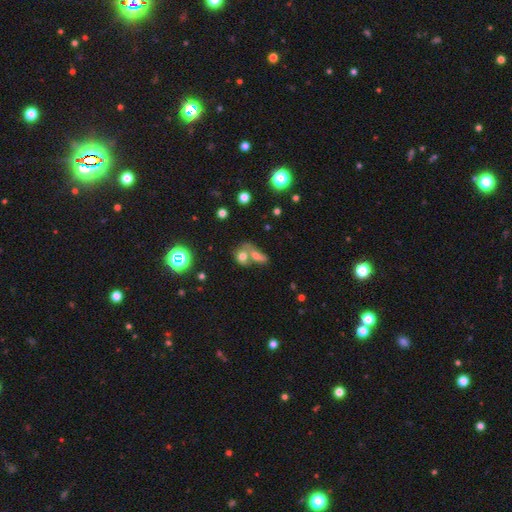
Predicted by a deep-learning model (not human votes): Smooth or featured?
  - smooth: 58% *
  - featured or disk: 23%
  - star or artifact: 19%
How rounded?
  - in between: 57% *
  - round: 34%
  - cigar-shaped: 9%
Merging?
  - merger: 60% *
  - none: 26%
  - minor disturbance: 7%
  - major disturbance: 6%